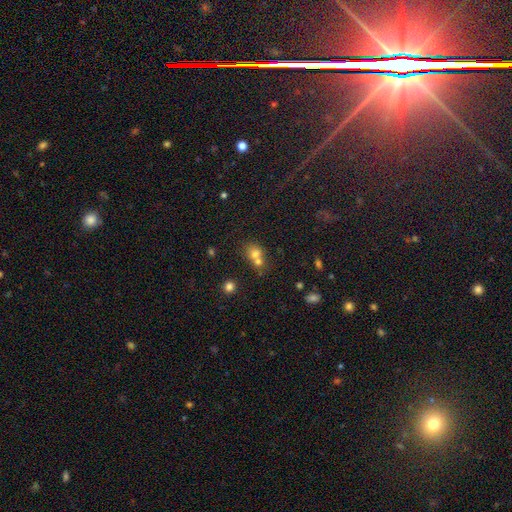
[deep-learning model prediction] Smooth or featured? smooth (71%)
How rounded? round (70%)
Merging? merger (57%)